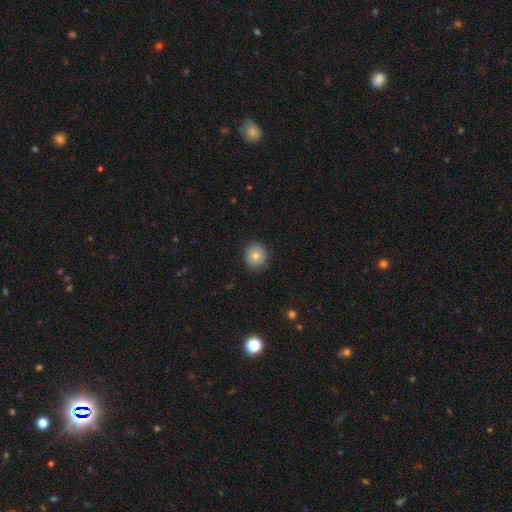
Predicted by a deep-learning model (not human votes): The model was most divided on "smooth or featured": smooth: 75%, featured or disk: 15%, star or artifact: 10%. More confident: merging — none (87%); how rounded — round (83%).